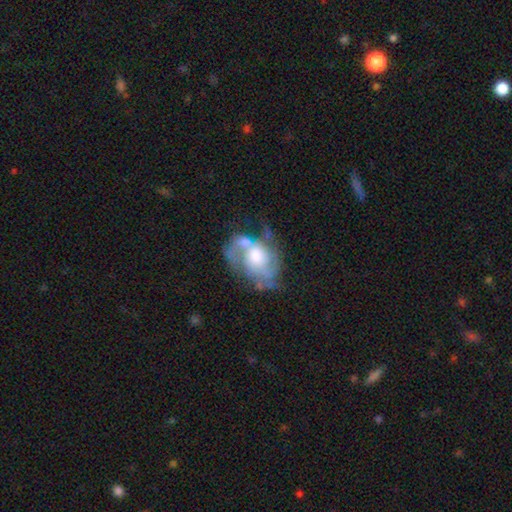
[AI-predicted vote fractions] Smooth or featured? Predicted: featured or disk (p=0.74). Edge-on disk? Predicted: no (p=0.97). Bar? Predicted: no (p=0.76). Spiral arms? Predicted: yes (p=0.79). Spiral winding? Predicted: medium (p=0.43). Spiral arm count? Predicted: 2 (p=0.47). Bulge size? Predicted: moderate (p=0.51). Merging? Predicted: none (p=0.34).